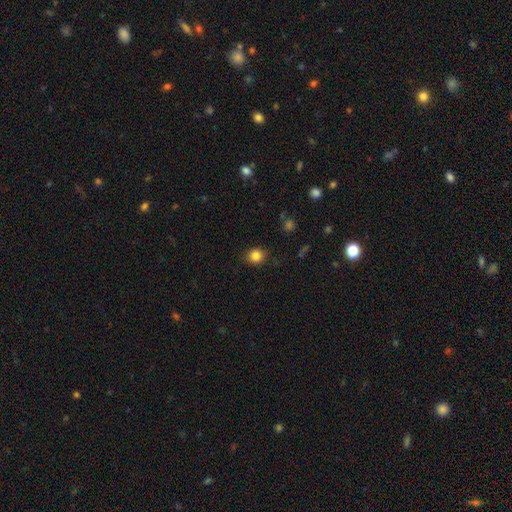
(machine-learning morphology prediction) This is clearly a smooth galaxy (83%). How rounded: likely round (76%). Merging: clearly none (87%).